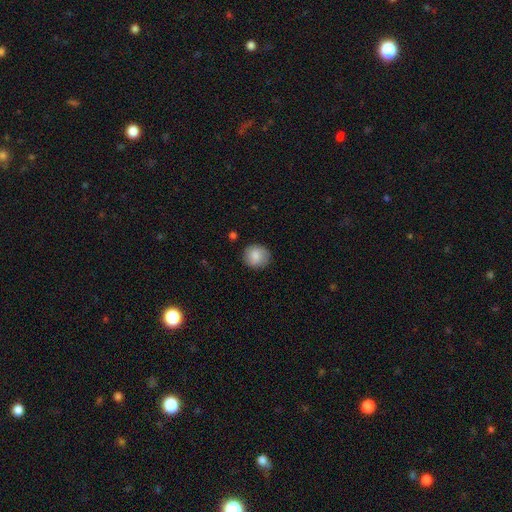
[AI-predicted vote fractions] Q: Smooth or featured?
A: smooth (84%); runner-up: featured or disk (9%)
Q: How rounded?
A: round (89%); runner-up: in between (10%)
Q: Merging?
A: none (86%); runner-up: minor disturbance (10%)